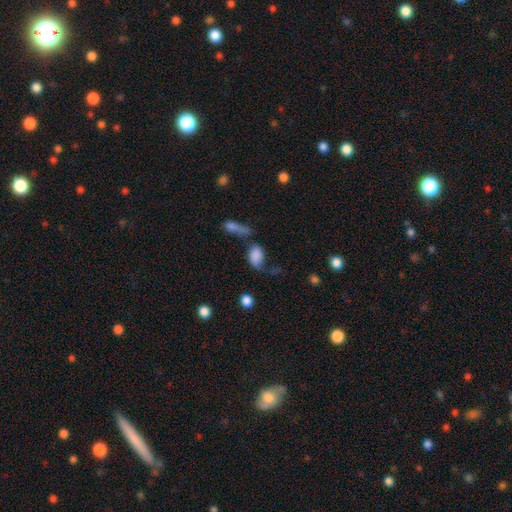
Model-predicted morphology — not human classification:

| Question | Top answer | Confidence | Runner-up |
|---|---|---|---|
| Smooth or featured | smooth | 73% | featured or disk (16%) |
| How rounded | in between | 86% | round (11%) |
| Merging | none | 35% | major disturbance (22%) |